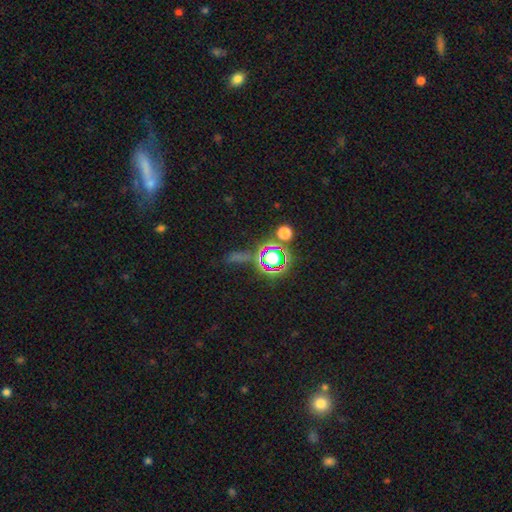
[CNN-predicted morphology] Smooth or featured? star or artifact (67%)